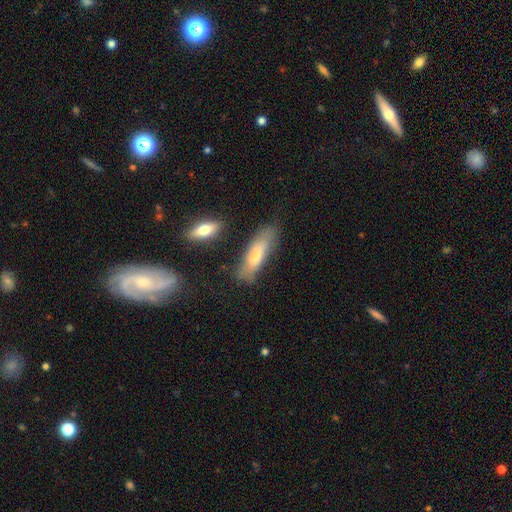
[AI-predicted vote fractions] This appears to be a smooth galaxy with no disk features (66%) that is cigar-shaped (58%). Merging: none (69%).